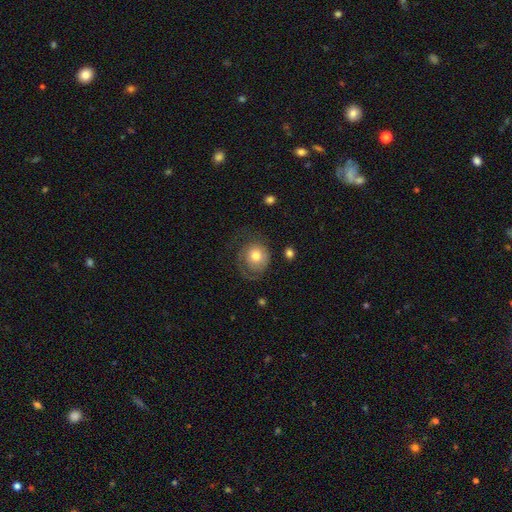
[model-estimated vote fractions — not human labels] smooth-or-featured: smooth: 54% | featured or disk: 39% | star or artifact: 7%
  how-rounded: round: 79% | in between: 20% | cigar-shaped: 1%
  merging: none: 49% | major disturbance: 28% | minor disturbance: 21% | merger: 2%